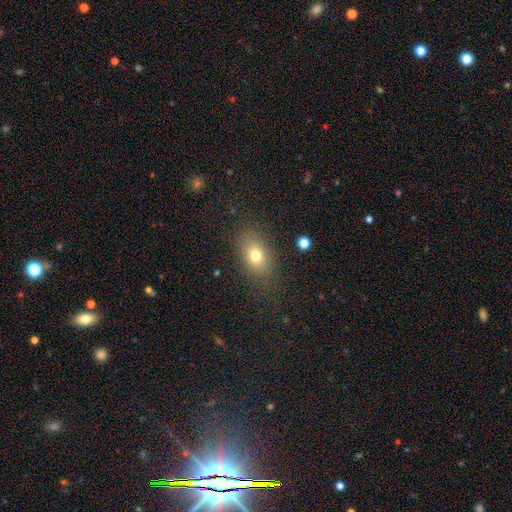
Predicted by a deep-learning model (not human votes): Smooth or featured? smooth (74%)
How rounded? in between (76%)
Merging? none (81%)